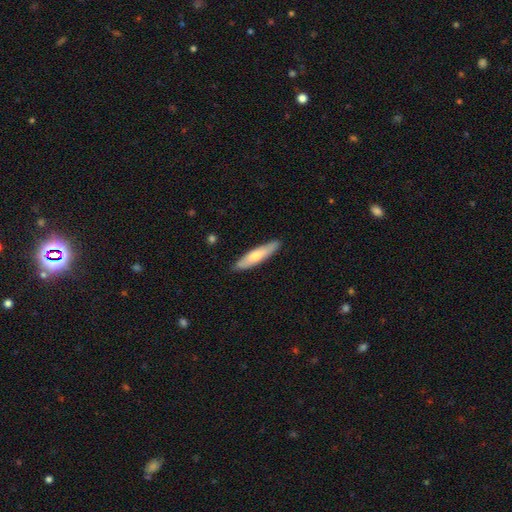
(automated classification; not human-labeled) Morphology: type=smooth (64%); roundness=cigar-shaped (79%); merging=none (88%).